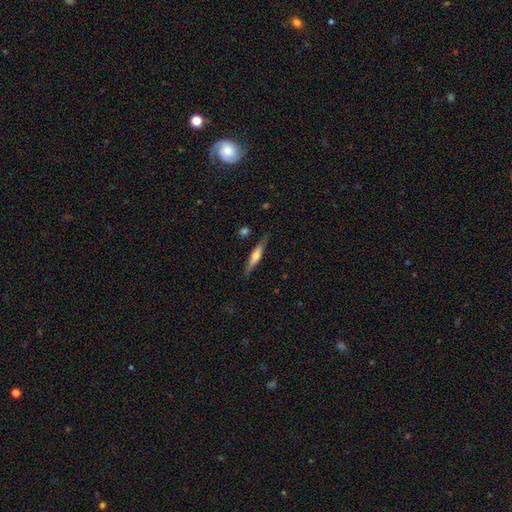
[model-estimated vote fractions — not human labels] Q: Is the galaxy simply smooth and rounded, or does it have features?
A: featured or disk — 52%.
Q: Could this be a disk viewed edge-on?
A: yes — 95%.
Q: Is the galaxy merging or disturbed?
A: none — 84%.